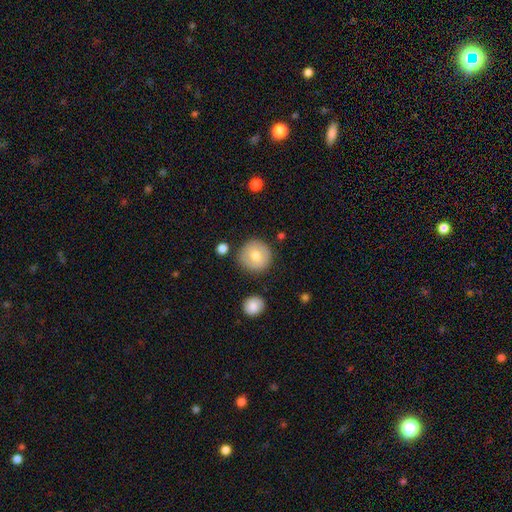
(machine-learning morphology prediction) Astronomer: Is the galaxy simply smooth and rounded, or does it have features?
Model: smooth — 74%.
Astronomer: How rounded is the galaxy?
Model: round — 95%.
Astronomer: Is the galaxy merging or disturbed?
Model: none — 86%.